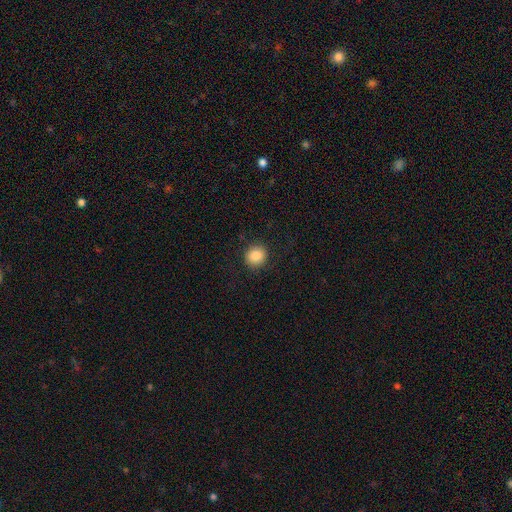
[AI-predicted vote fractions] A smooth galaxy with no disk features (85%) that is round (87%).

Vote fractions:
- Smooth or featured? smooth: 85% / star or artifact: 9% / featured or disk: 5%
- How rounded? round: 87% / in between: 12% / cigar-shaped: 1%
- Merging? none: 89% / minor disturbance: 7% / major disturbance: 3% / merger: 1%